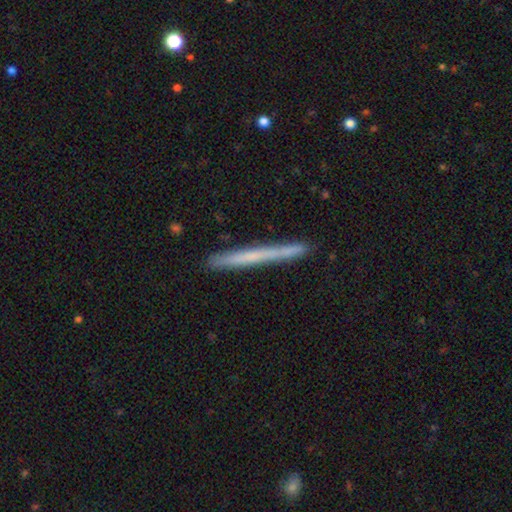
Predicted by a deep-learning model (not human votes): A smooth galaxy with no disk features (49%). Merging: none (89%).